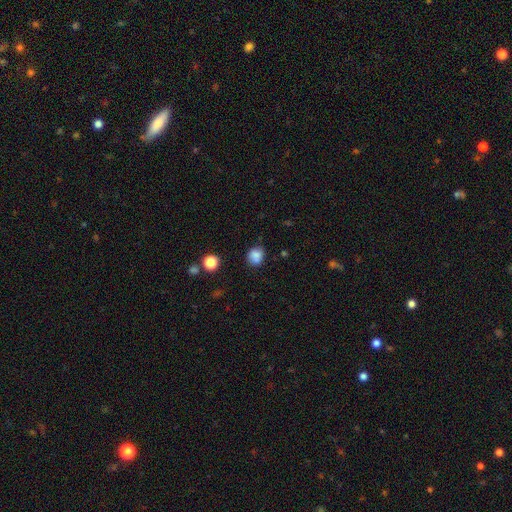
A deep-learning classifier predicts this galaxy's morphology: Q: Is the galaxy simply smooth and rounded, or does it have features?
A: smooth — 82%.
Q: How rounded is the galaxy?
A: round — 71%.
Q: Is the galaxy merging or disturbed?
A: none — 70%.